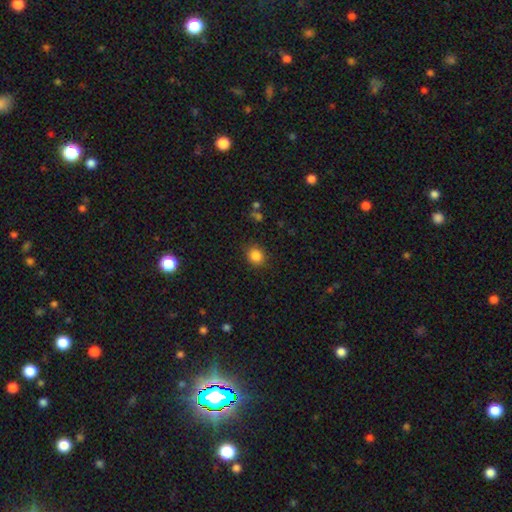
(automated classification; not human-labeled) Smooth or featured? smooth (85%)
How rounded? round (78%)
Merging? none (87%)